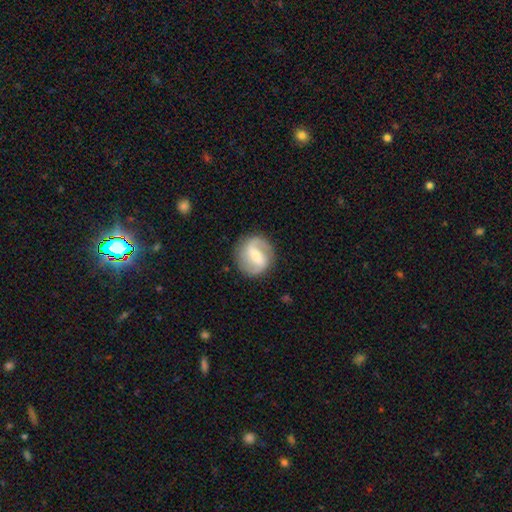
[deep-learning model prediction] Smooth or featured? featured or disk (81%)
Edge-on disk? no (97%)
Bar? strong (45%)
Spiral arms? yes (92%)
Spiral winding? medium (46%)
Spiral arm count? 2 (89%)
Bulge size? small (52%)
Merging? none (85%)